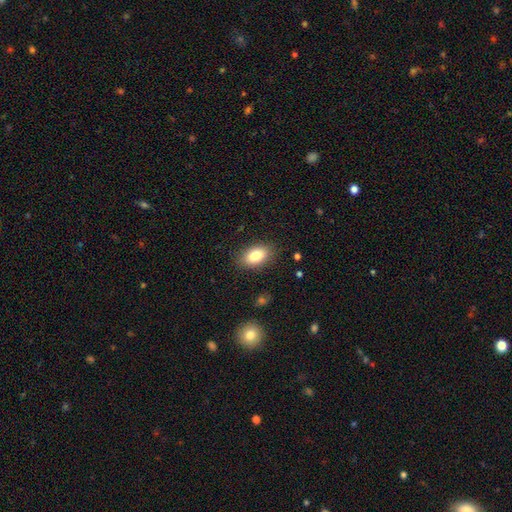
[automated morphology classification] The model was most divided on "smooth or featured": smooth: 83%, featured or disk: 9%, star or artifact: 7%. More confident: how rounded — in between (91%); merging — none (85%).